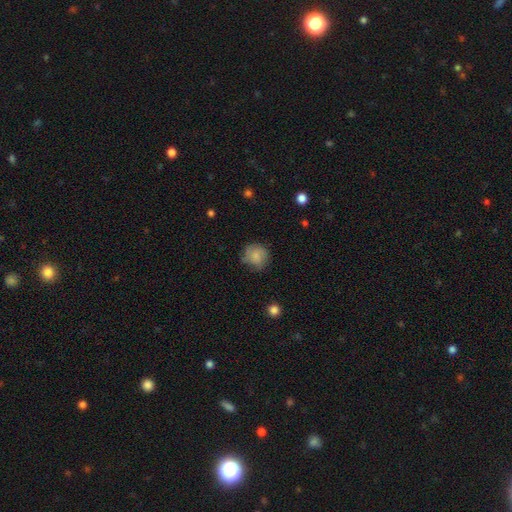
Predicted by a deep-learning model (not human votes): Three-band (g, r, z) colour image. It shows a smooth galaxy with no disk features (74%) that is round (85%). Merging: none (67%).